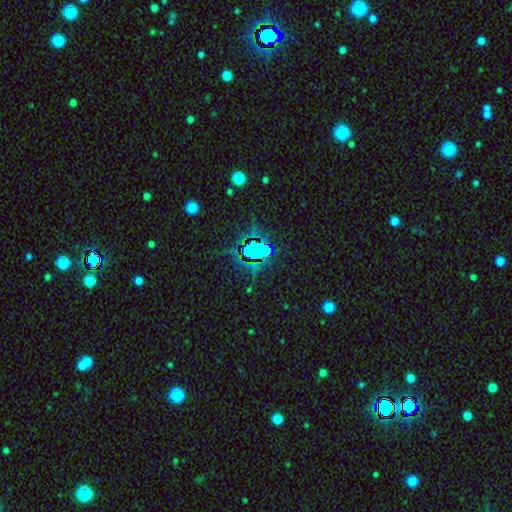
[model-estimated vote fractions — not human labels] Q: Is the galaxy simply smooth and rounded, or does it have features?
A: star or artifact — 68%.